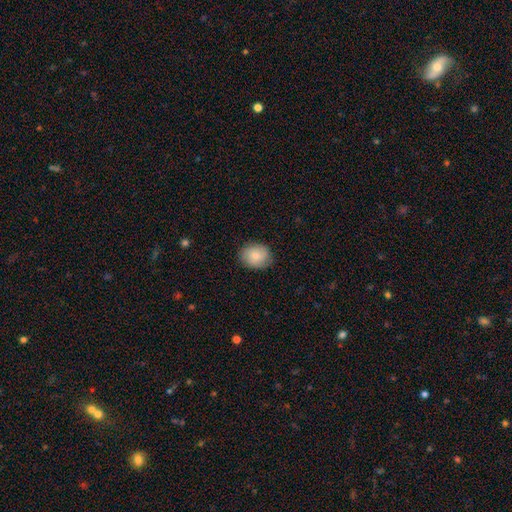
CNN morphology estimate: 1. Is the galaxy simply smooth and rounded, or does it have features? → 81% smooth, 12% featured or disk, 7% star or artifact.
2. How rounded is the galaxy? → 57% round, 42% in between, 1% cigar-shaped.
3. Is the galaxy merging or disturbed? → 85% none, 12% minor disturbance, 3% major disturbance, 1% merger.